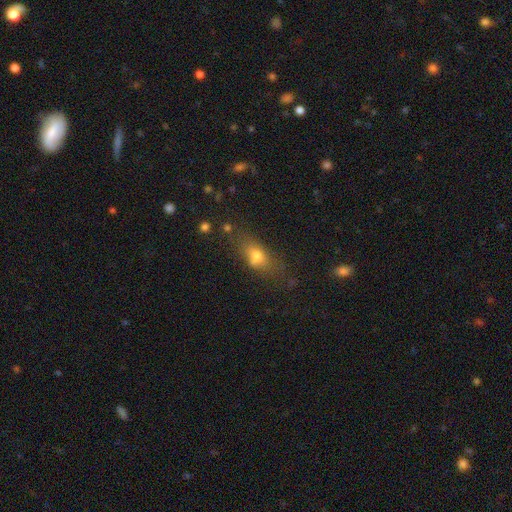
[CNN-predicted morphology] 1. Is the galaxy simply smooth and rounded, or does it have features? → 70% smooth, 17% featured or disk, 13% star or artifact.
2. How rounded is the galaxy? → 72% in between, 16% round, 12% cigar-shaped.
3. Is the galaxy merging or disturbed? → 54% none, 22% minor disturbance, 12% major disturbance, 12% merger.